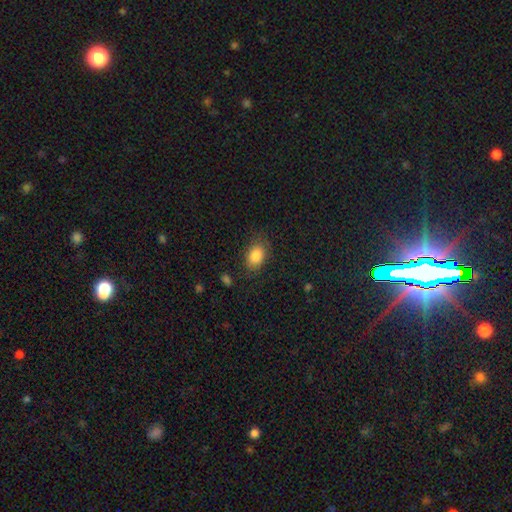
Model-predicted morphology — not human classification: The model was most divided on "how rounded": in between: 81%, round: 17%, cigar-shaped: 1%. More confident: smooth or featured — smooth (85%); merging — none (79%).